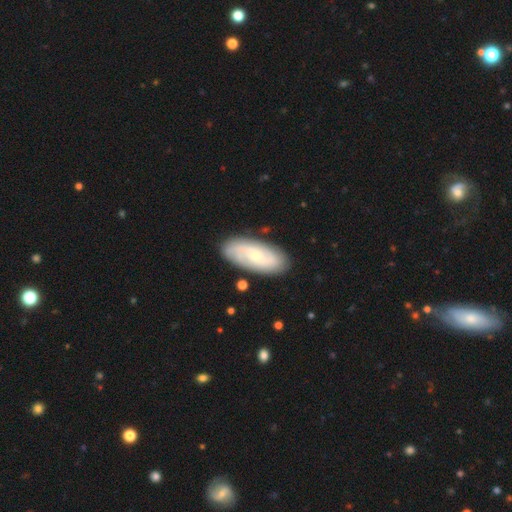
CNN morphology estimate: This appears to be a featured or disk galaxy (63%) with no bar (58%), 2 (45%) tight (48%) spiral arms (88%) and a small central bulge (69%). Merging: none (85%).